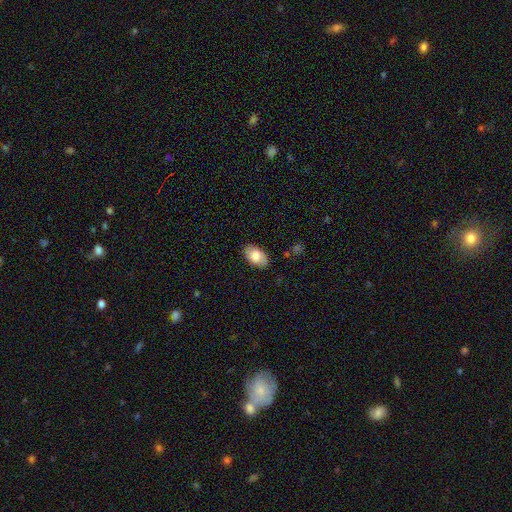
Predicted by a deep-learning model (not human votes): smooth 78%, featured or disk 15%, star or artifact 7%. Down the decision tree: how rounded — in between (93%); merging — none (83%).